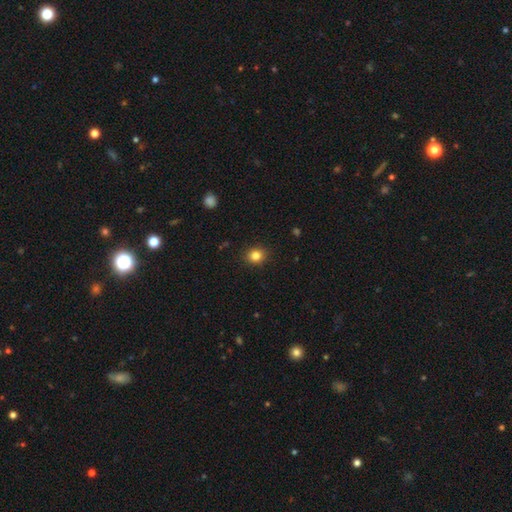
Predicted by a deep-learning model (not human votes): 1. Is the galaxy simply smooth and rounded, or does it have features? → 84% smooth, 11% star or artifact, 5% featured or disk.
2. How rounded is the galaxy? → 75% round, 24% in between, 1% cigar-shaped.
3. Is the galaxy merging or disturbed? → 90% none, 7% minor disturbance, 2% major disturbance, 1% merger.